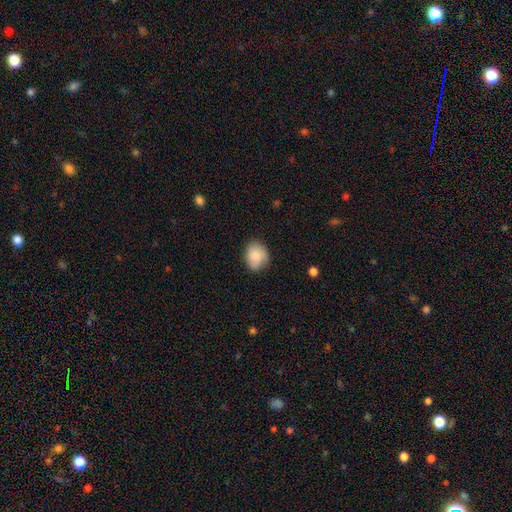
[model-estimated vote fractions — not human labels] Smooth or featured?
  - smooth: 83% *
  - featured or disk: 9%
  - star or artifact: 7%
How rounded?
  - in between: 51% *
  - round: 48%
  - cigar-shaped: 1%
Merging?
  - none: 73% *
  - minor disturbance: 21%
  - major disturbance: 4%
  - merger: 1%